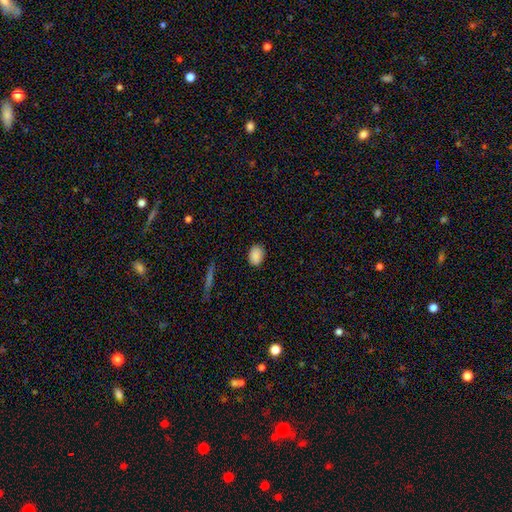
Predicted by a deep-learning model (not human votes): A smooth galaxy with no disk features (87%) that is in between round and cigar-shaped (74%).

Vote fractions:
- Smooth or featured? smooth: 87% / star or artifact: 8% / featured or disk: 4%
- How rounded? in between: 74% / round: 24% / cigar-shaped: 1%
- Merging? none: 85% / minor disturbance: 11% / major disturbance: 2% / merger: 1%